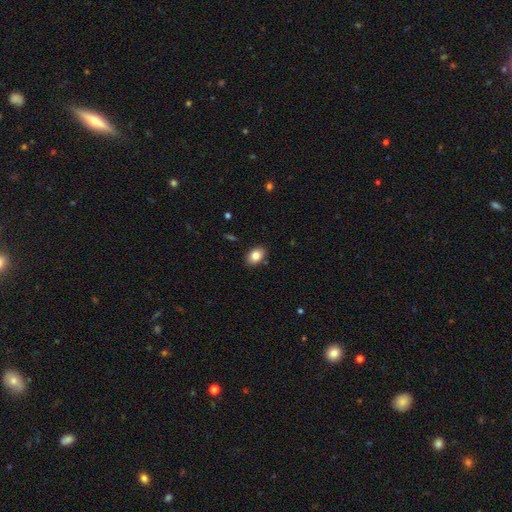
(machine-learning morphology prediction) Smooth or featured? Predicted: smooth (p=0.84). How rounded? Predicted: in between (p=0.79). Merging? Predicted: none (p=0.87).